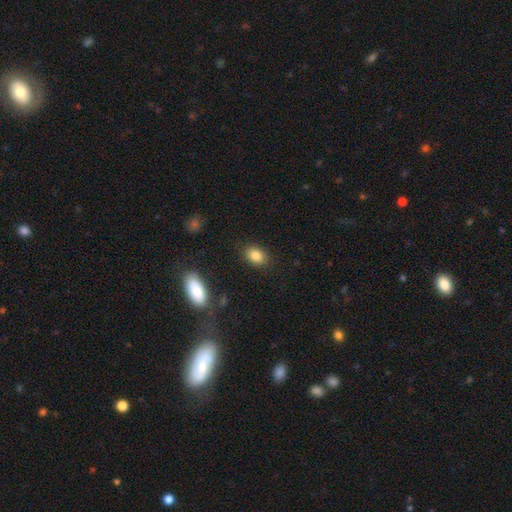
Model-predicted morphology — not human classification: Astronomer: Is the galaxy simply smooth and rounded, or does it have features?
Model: smooth — 83%.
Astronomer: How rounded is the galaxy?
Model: in between — 76%.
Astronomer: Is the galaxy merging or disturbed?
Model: none — 86%.